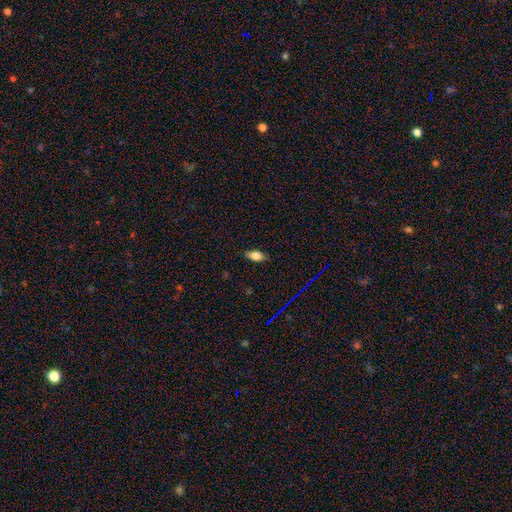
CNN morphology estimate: This appears to be a smooth galaxy with no disk features (77%) that is in between round and cigar-shaped (87%). Merging: none (84%).